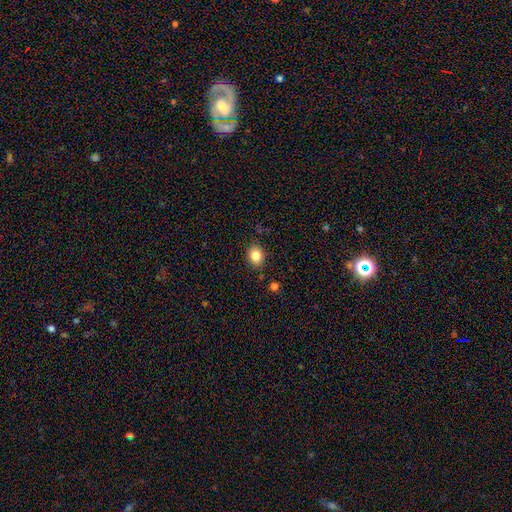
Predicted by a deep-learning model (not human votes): The model was most divided on "how rounded": in between: 53%, round: 46%, cigar-shaped: 1%. More confident: merging — none (86%); smooth or featured — smooth (84%).